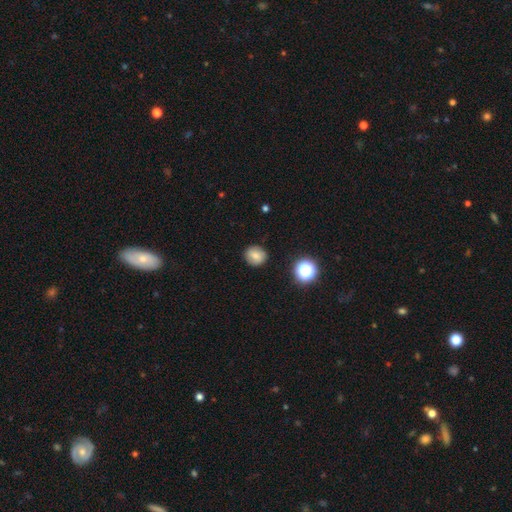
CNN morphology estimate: Overall: smooth (77%). How rounded: round (80%). Merging: none (87%).